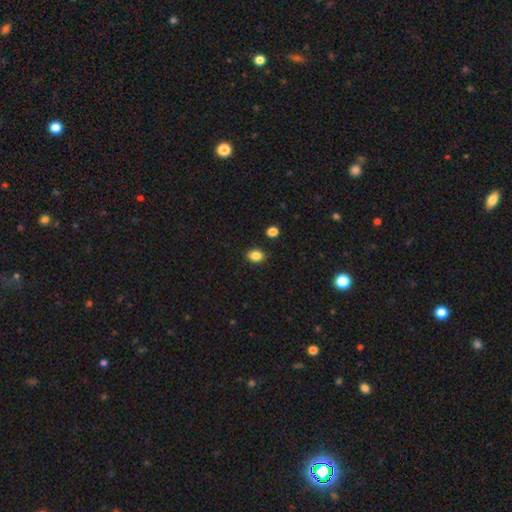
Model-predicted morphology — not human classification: smooth-or-featured: smooth: 85% | star or artifact: 11% | featured or disk: 4%
  how-rounded: in between: 57% | round: 42% | cigar-shaped: 1%
  merging: none: 86% | minor disturbance: 9% | merger: 2% | major disturbance: 2%